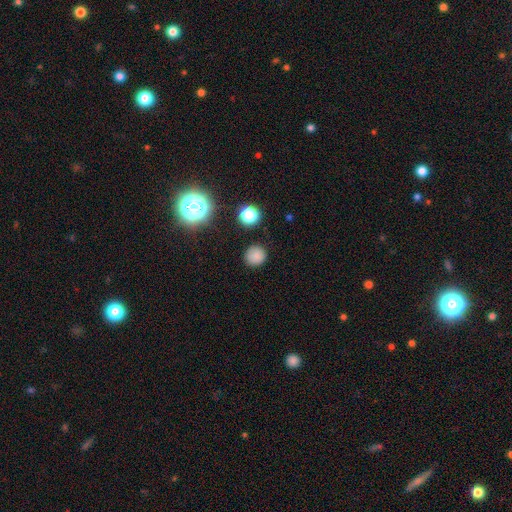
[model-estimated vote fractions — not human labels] Q: Smooth or featured?
A: smooth (79%); runner-up: star or artifact (15%)
Q: How rounded?
A: round (90%); runner-up: in between (9%)
Q: Merging?
A: none (87%); runner-up: minor disturbance (9%)